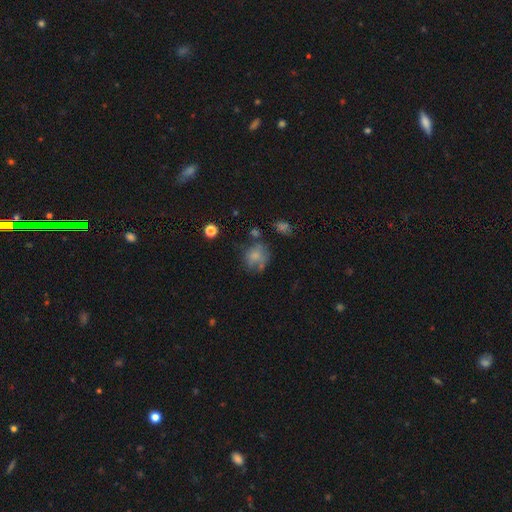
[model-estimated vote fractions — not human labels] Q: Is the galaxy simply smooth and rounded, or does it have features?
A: smooth — 66%.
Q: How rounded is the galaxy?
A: round — 67%.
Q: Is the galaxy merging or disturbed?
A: none — 43%.